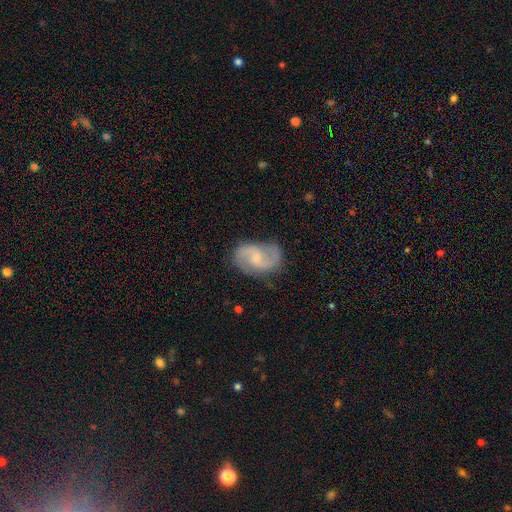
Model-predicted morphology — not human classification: A featured or disk galaxy (83%) with a weak bar (47%), 2 (92%) medium (49%) spiral arms (96%) and a small central bulge (56%). Merging: none (78%).